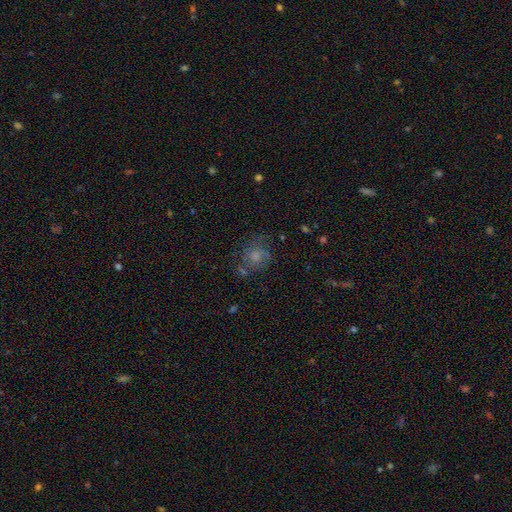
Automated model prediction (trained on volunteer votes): smooth 49%, featured or disk 34%, star or artifact 16%. Down the decision tree: merging — none (58%).